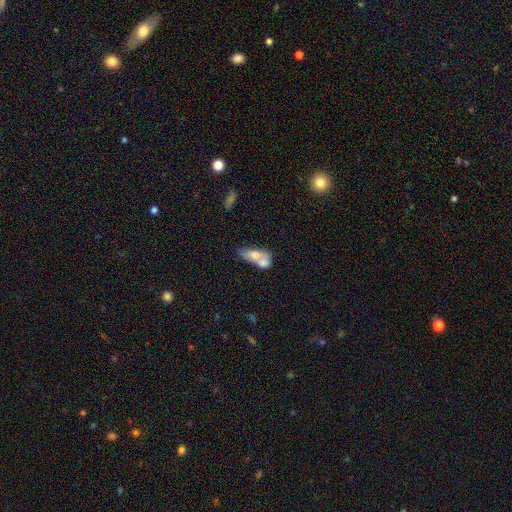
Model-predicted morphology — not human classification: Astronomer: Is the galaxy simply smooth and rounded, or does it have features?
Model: smooth — 64%.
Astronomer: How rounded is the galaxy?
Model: in between — 78%.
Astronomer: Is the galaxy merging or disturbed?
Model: merger — 67%.